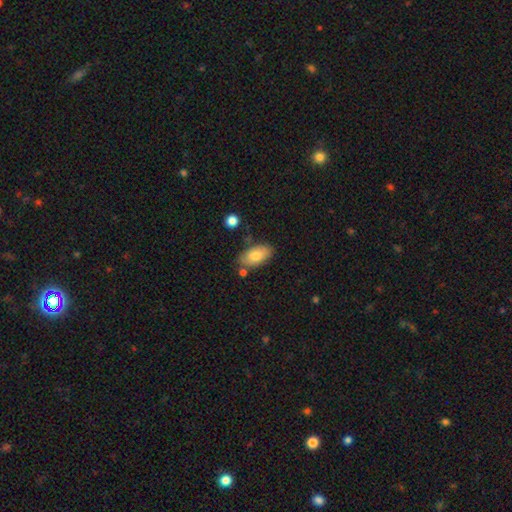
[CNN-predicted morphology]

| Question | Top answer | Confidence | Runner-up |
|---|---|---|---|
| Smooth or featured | smooth | 78% | featured or disk (15%) |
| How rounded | in between | 93% | round (4%) |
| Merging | none | 75% | minor disturbance (16%) |